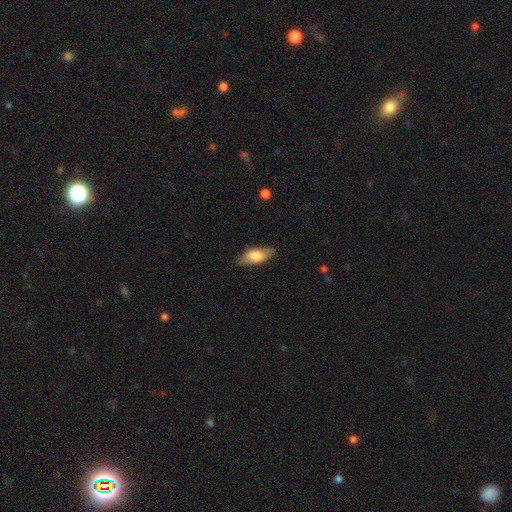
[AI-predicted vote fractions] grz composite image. It shows a smooth galaxy with no disk features (74%) that is in between round and cigar-shaped (80%). Merging: none (82%).